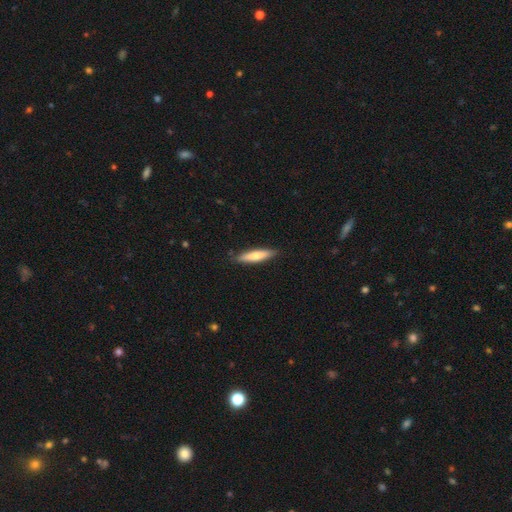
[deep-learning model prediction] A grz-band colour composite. It shows a smooth galaxy with no disk features (66%) that is cigar-shaped (81%). Merging: none (87%).